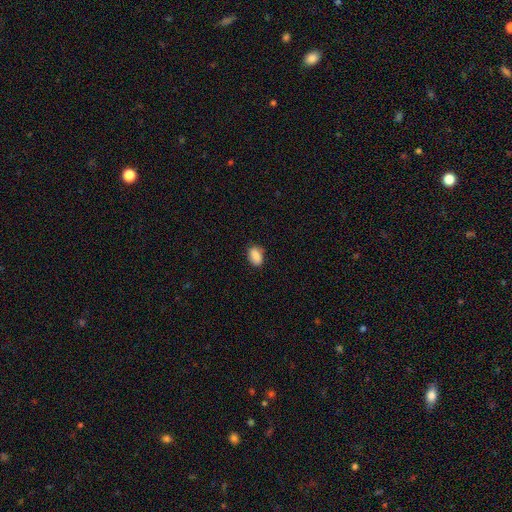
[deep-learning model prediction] Q: Smooth or featured?
A: smooth (88%); runner-up: star or artifact (8%)
Q: How rounded?
A: in between (86%); runner-up: round (12%)
Q: Merging?
A: none (79%); runner-up: minor disturbance (16%)